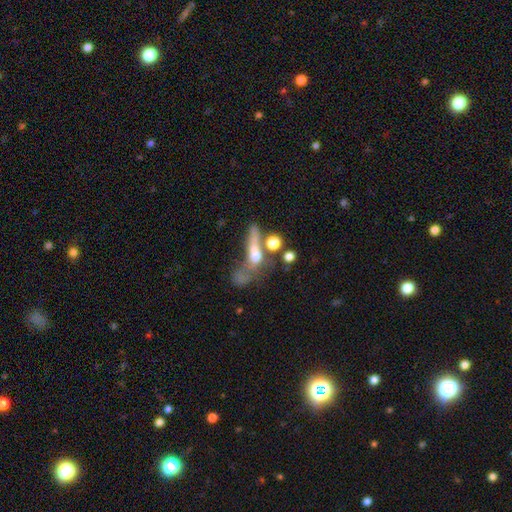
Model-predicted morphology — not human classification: A smooth galaxy with no disk features (47%).

Vote fractions:
- Smooth or featured? smooth: 47% / featured or disk: 39% / star or artifact: 14%
- Merging? merger: 37% / major disturbance: 30% / none: 21% / minor disturbance: 12%